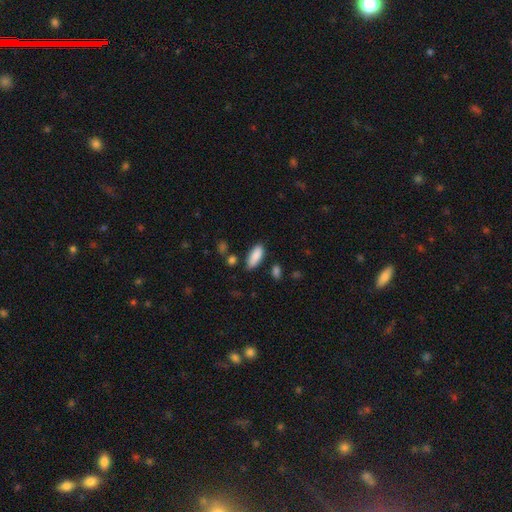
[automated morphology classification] Smooth or featured? Predicted: smooth (p=0.88). How rounded? Predicted: in between (p=0.78). Merging? Predicted: none (p=0.77).